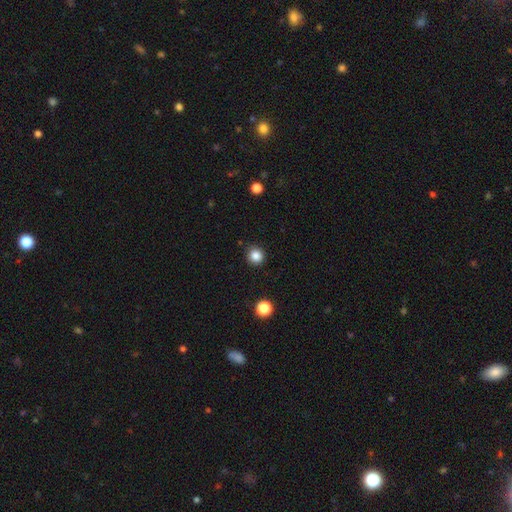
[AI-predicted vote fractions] Q: Smooth or featured?
A: smooth (85%); runner-up: star or artifact (11%)
Q: How rounded?
A: round (93%); runner-up: in between (6%)
Q: Merging?
A: none (90%); runner-up: minor disturbance (6%)